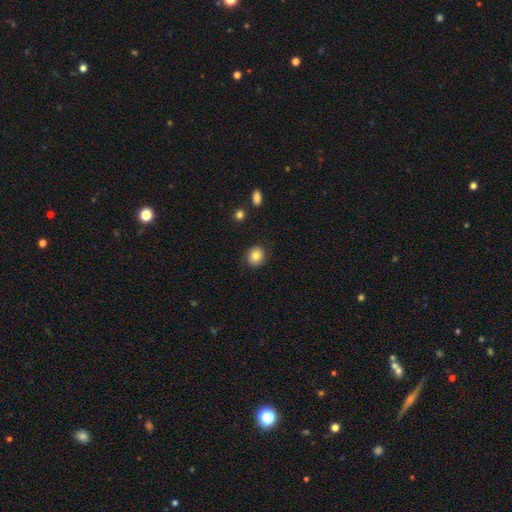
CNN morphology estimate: This is clearly a smooth galaxy (82%). How rounded: clearly round (81%). Merging: clearly none (87%).